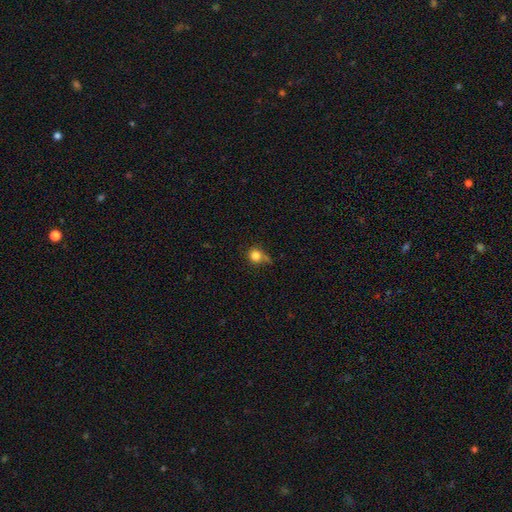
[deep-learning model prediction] This appears to be a smooth galaxy with no disk features (82%) that is round (90%). Merging: none (61%).